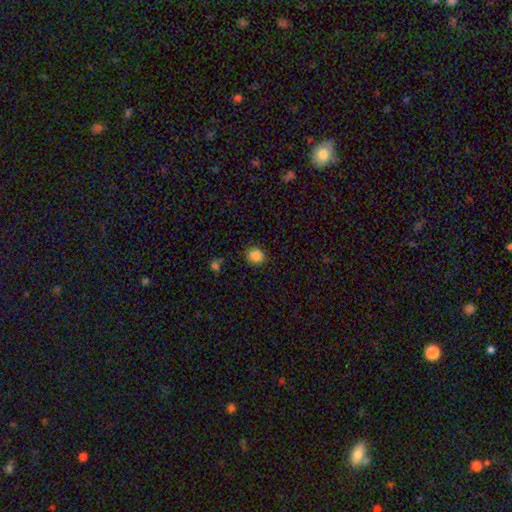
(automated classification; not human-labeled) smooth-or-featured: smooth: 86% | star or artifact: 10% | featured or disk: 4%
  how-rounded: round: 73% | in between: 26% | cigar-shaped: 1%
  merging: none: 89% | minor disturbance: 8% | major disturbance: 2% | merger: 1%